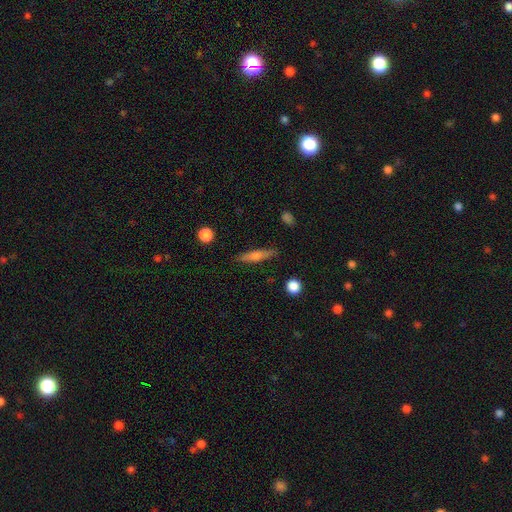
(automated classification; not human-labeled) A smooth galaxy with no disk features (57%) that is cigar-shaped (80%). Merging: none (85%).